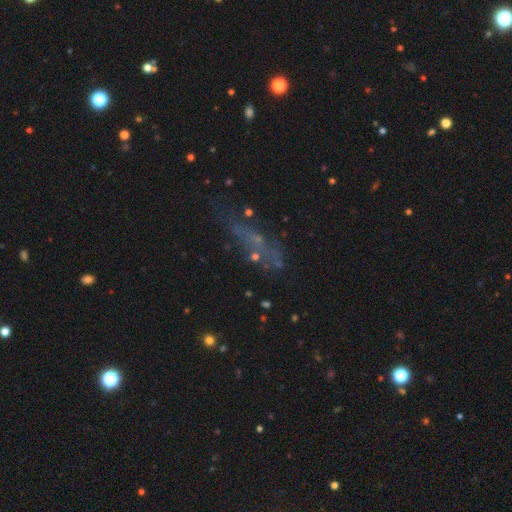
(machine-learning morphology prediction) This is marginally a smooth galaxy (37%). Merging: possibly none (49%).